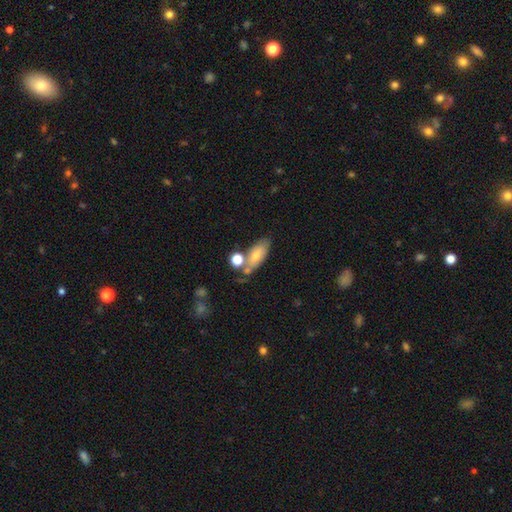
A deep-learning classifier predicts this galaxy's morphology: Smooth or featured? Predicted: smooth (p=0.71). How rounded? Predicted: in between (p=0.79). Merging? Predicted: none (p=0.53).